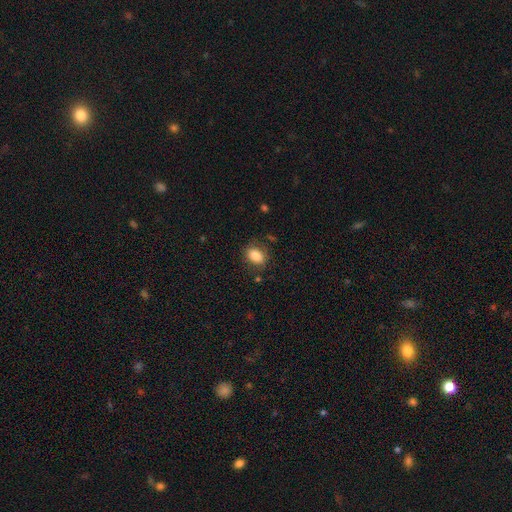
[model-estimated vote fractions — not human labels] A smooth galaxy with no disk features (85%) that is in between round and cigar-shaped (78%).

Vote fractions:
- Smooth or featured? smooth: 85% / star or artifact: 8% / featured or disk: 7%
- How rounded? in between: 78% / round: 21% / cigar-shaped: 2%
- Merging? none: 80% / minor disturbance: 14% / major disturbance: 4% / merger: 2%